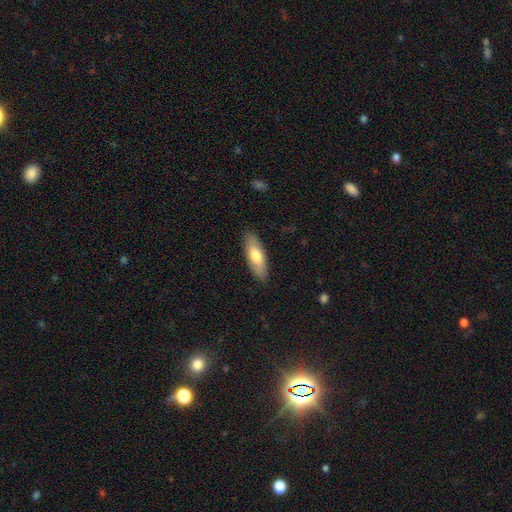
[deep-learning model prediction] A smooth galaxy with no disk features (69%) that is in between round and cigar-shaped (62%).

Vote fractions:
- Smooth or featured? smooth: 69% / featured or disk: 26% / star or artifact: 5%
- How rounded? in between: 62% / cigar-shaped: 36% / round: 2%
- Merging? none: 87% / minor disturbance: 10% / major disturbance: 2% / merger: 1%